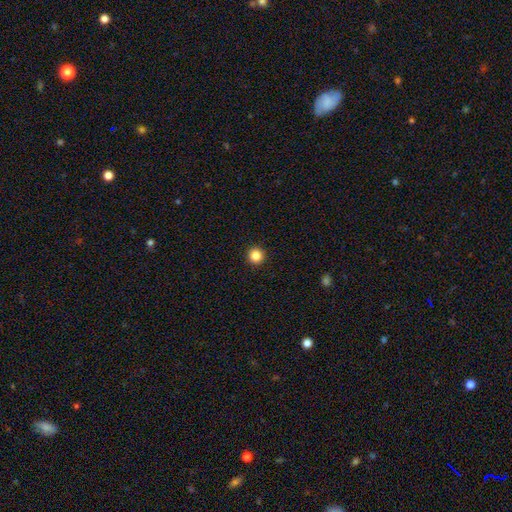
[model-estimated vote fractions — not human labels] smooth 85%, star or artifact 11%, featured or disk 4%. Down the decision tree: how rounded — round (96%); merging — none (94%).